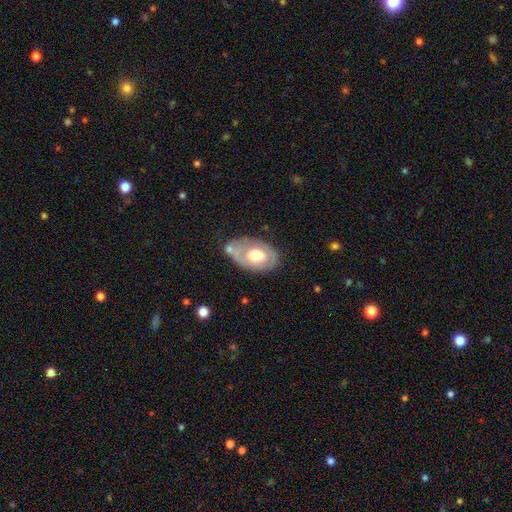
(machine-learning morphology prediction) A featured or disk galaxy (51%).

Vote fractions:
- Smooth or featured? featured or disk: 51% / smooth: 43% / star or artifact: 6%
- Edge-on disk? no: 91% / yes: 9%
- Merging? none: 56% / minor disturbance: 22% / merger: 13% / major disturbance: 9%